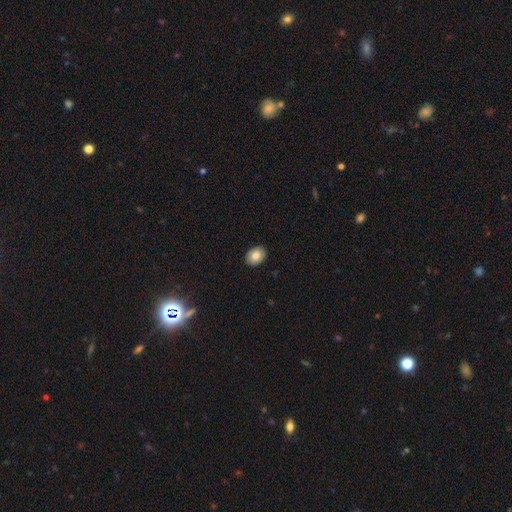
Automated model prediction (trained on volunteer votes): Smooth or featured?
  - smooth: 82% *
  - featured or disk: 10%
  - star or artifact: 8%
How rounded?
  - in between: 67% *
  - round: 32%
  - cigar-shaped: 1%
Merging?
  - none: 90% *
  - minor disturbance: 8%
  - major disturbance: 2%
  - merger: 1%